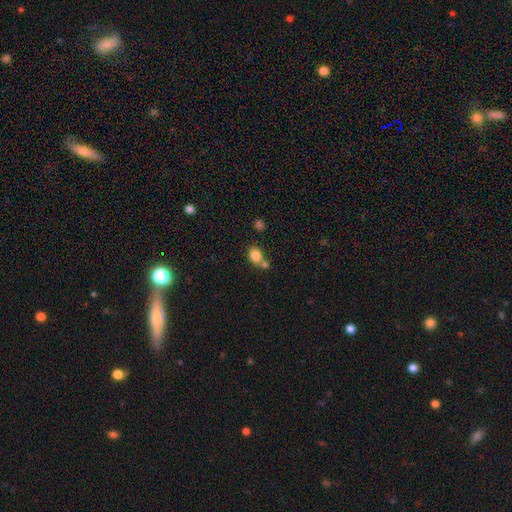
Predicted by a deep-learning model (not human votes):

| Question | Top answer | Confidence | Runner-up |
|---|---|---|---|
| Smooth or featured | smooth | 83% | star or artifact (10%) |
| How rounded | round | 55% | in between (44%) |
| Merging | none | 49% | merger (36%) |